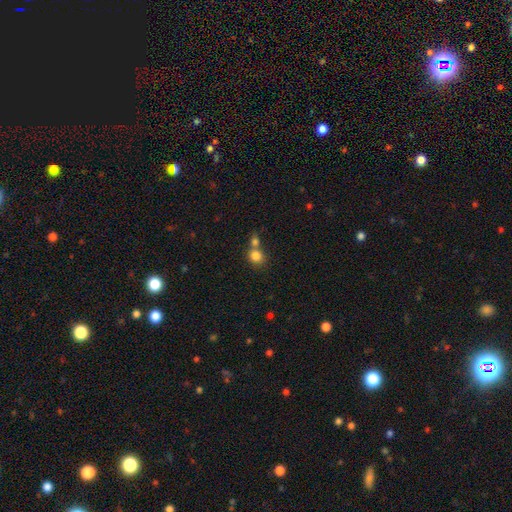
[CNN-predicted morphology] This appears to be a smooth galaxy with no disk features (82%) that is round (78%). Merging: none (47%).